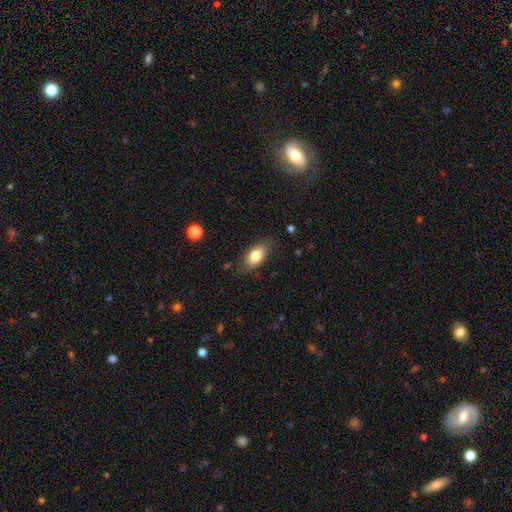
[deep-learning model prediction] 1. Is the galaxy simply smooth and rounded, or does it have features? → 81% smooth, 11% featured or disk, 7% star or artifact.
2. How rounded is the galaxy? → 89% in between, 6% round, 5% cigar-shaped.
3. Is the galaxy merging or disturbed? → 81% none, 15% minor disturbance, 4% major disturbance, 1% merger.